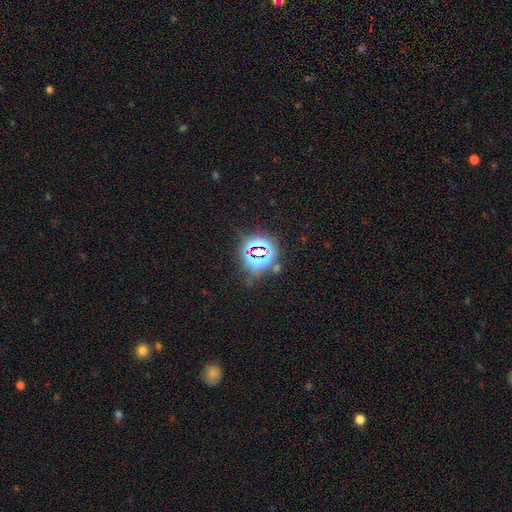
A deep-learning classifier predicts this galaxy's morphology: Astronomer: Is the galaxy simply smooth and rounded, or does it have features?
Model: star or artifact — 75%.